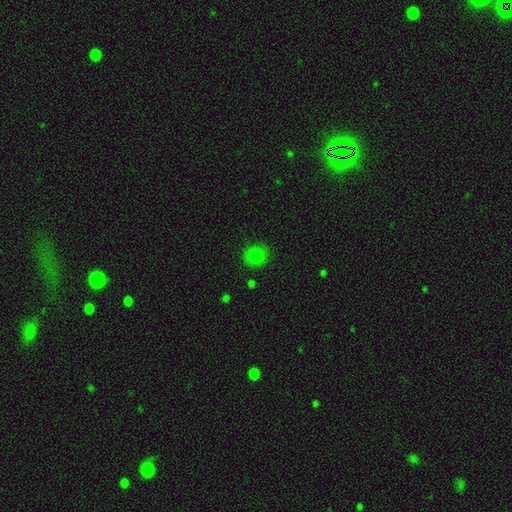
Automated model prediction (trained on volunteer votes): Smooth or featured? Predicted: smooth (p=0.82). How rounded? Predicted: round (p=0.88). Merging? Predicted: none (p=0.86).